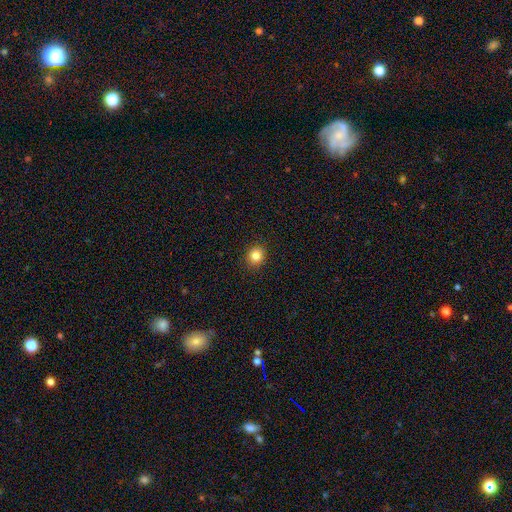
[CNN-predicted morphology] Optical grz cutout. It shows a smooth galaxy with no disk features (84%) that is round (84%). Merging: none (91%).